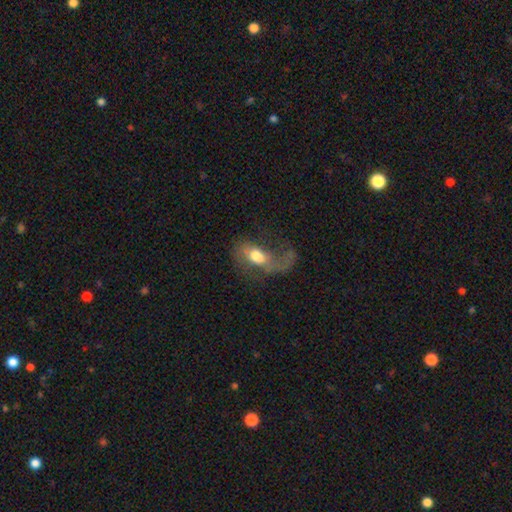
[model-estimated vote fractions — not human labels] smooth-or-featured: featured or disk: 47% | smooth: 45% | star or artifact: 9%
  merging: major disturbance: 59% | none: 22% | minor disturbance: 16% | merger: 4%